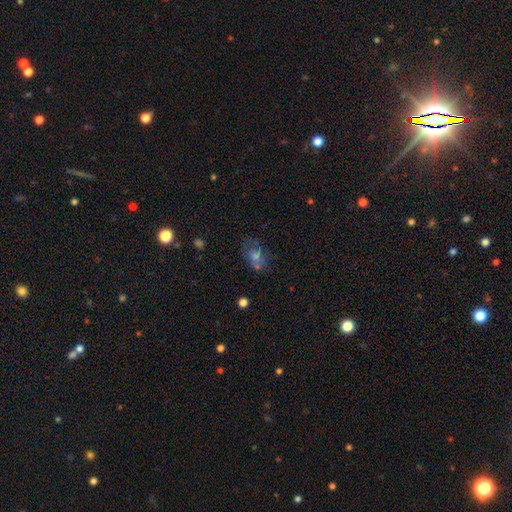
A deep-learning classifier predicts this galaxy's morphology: smooth_or_featured: smooth (p=0.57) [alt: featured or disk p=0.27]
how_rounded: in between (p=0.68) [alt: round p=0.30]
merging: none (p=0.53) [alt: minor disturbance p=0.22]